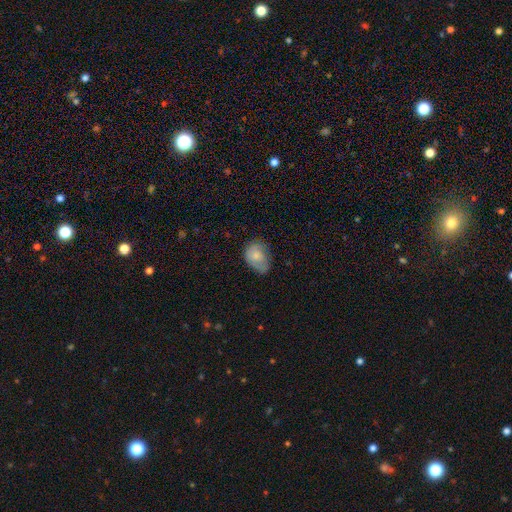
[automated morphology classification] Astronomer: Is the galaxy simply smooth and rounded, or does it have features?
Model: smooth — 72%.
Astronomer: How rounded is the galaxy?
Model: in between — 75%.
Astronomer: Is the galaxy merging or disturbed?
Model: none — 51% (runner-up: minor disturbance, 35%).